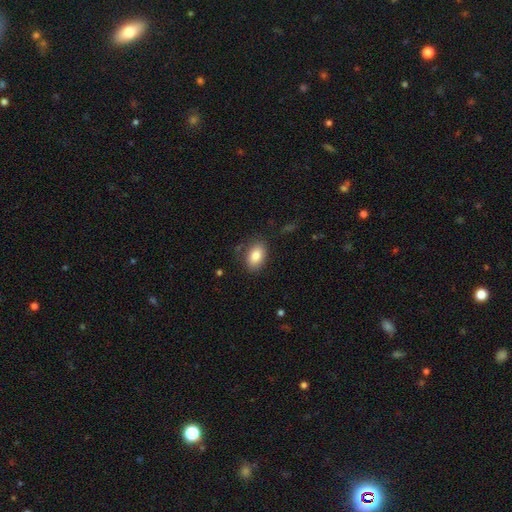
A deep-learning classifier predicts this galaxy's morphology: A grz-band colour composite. It shows a smooth galaxy with no disk features (83%) that is in between round and cigar-shaped (89%). Merging: none (79%).